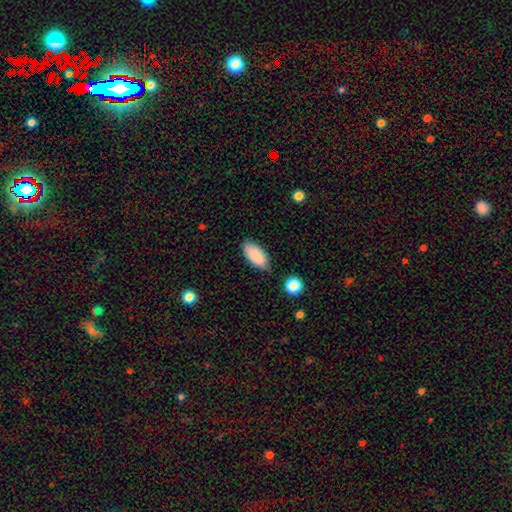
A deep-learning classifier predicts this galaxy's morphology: Overall: smooth (89%). How rounded: in between (91%). Merging: none (79%).